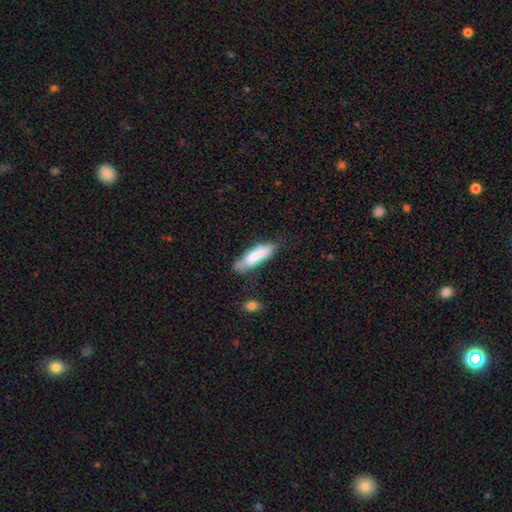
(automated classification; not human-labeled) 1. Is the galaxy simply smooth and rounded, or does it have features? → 74% smooth, 19% featured or disk, 6% star or artifact.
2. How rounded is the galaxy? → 59% cigar-shaped, 40% in between, 2% round.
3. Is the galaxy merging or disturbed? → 60% none, 27% minor disturbance, 8% major disturbance, 5% merger.